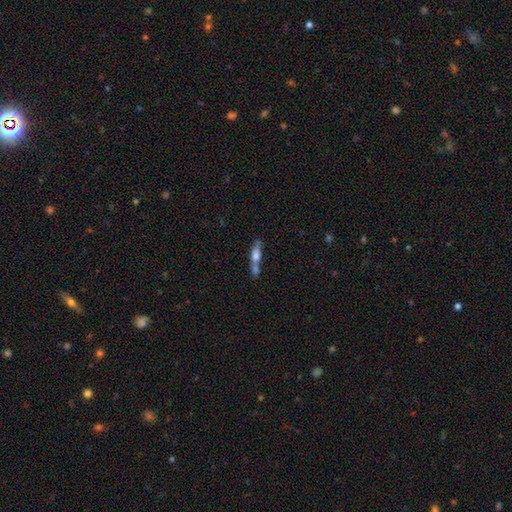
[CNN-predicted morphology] This appears to be a smooth galaxy with no disk features (64%) that is cigar-shaped (60%). Merging: merger (49%).